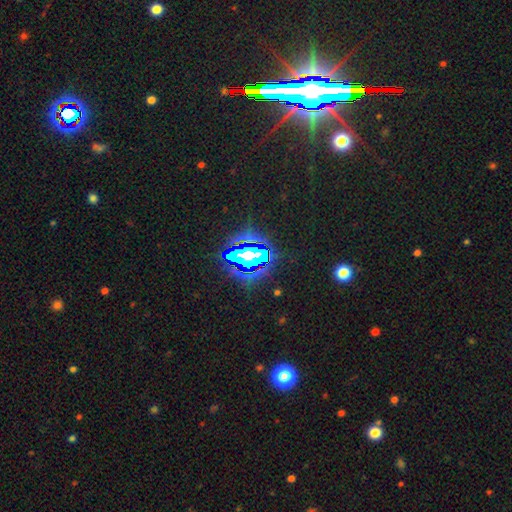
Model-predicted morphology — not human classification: This appears to be a star or artifact, not a galaxy (72%).